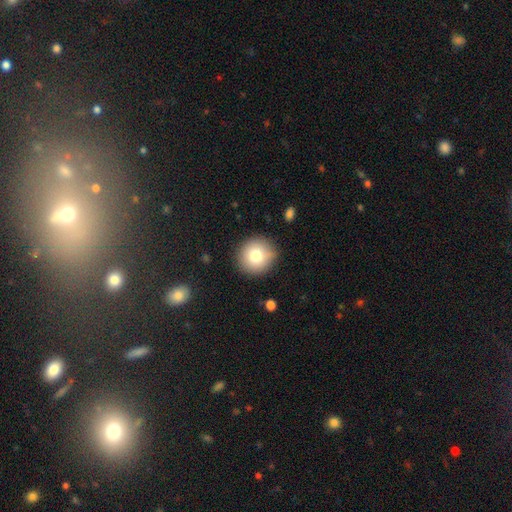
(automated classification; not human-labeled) Smooth or featured: smooth — 78% (featured or disk — 12%)
How rounded: round — 92% (in between — 7%)
Merging: none — 87% (minor disturbance — 9%)